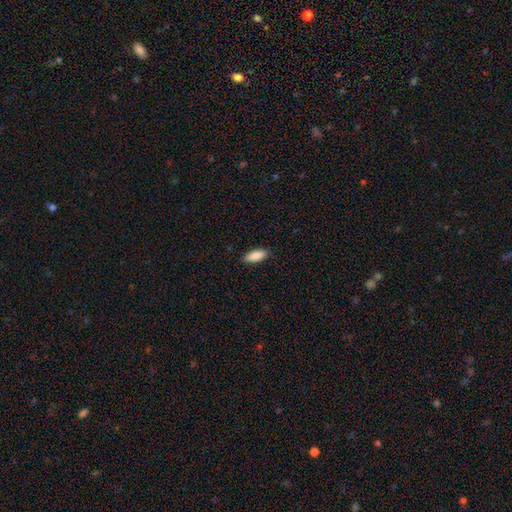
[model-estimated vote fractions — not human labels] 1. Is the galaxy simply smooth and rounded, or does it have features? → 87% smooth, 7% featured or disk, 6% star or artifact.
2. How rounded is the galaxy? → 71% in between, 28% cigar-shaped, 2% round.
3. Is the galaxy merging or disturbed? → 87% none, 10% minor disturbance, 2% major disturbance, 1% merger.